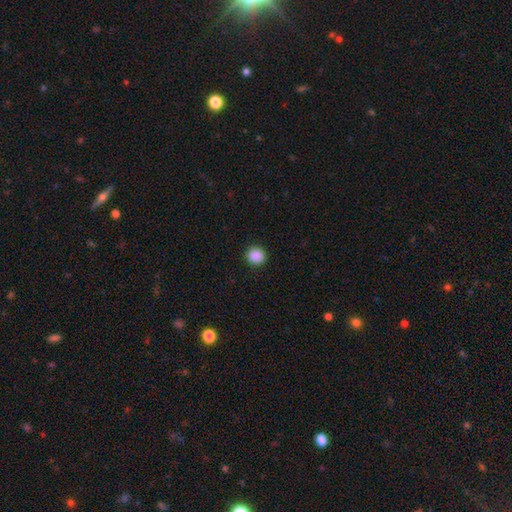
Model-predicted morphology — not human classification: smooth-or-featured: smooth: 89% | star or artifact: 9% | featured or disk: 2%
  how-rounded: round: 92% | in between: 7% | cigar-shaped: 1%
  merging: none: 92% | minor disturbance: 5% | major disturbance: 2% | merger: 1%